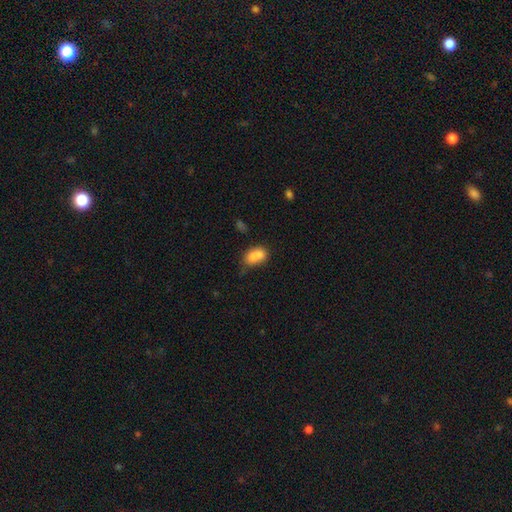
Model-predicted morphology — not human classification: This is likely a smooth galaxy (74%). How rounded: likely in between (66%). Merging: possibly merger (56%).